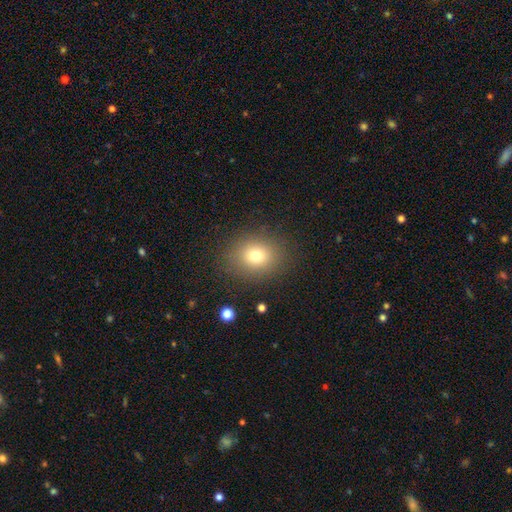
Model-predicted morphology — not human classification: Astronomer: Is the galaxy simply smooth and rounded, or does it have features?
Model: smooth — 74%.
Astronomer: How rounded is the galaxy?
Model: round — 65%.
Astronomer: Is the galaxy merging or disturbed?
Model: none — 85%.